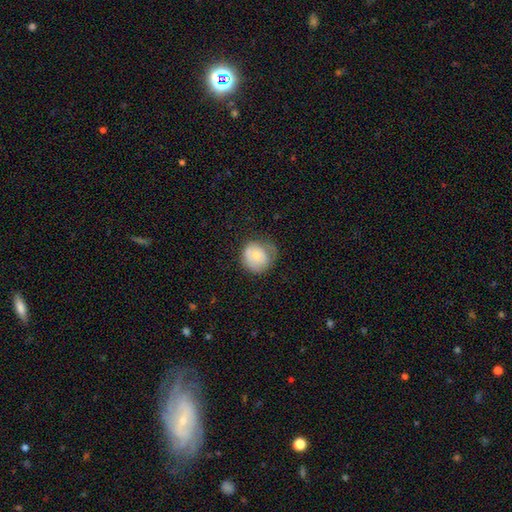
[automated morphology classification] Smooth or featured?
  - smooth: 69% *
  - featured or disk: 24%
  - star or artifact: 7%
How rounded?
  - round: 79% *
  - in between: 20%
  - cigar-shaped: 1%
Merging?
  - none: 46% *
  - minor disturbance: 35%
  - major disturbance: 17%
  - merger: 2%